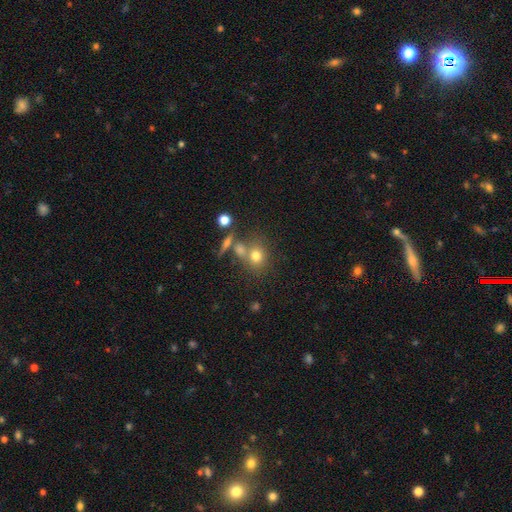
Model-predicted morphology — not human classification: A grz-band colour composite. It shows a smooth galaxy with no disk features (73%) that is round (70%). Merging: none (57%).